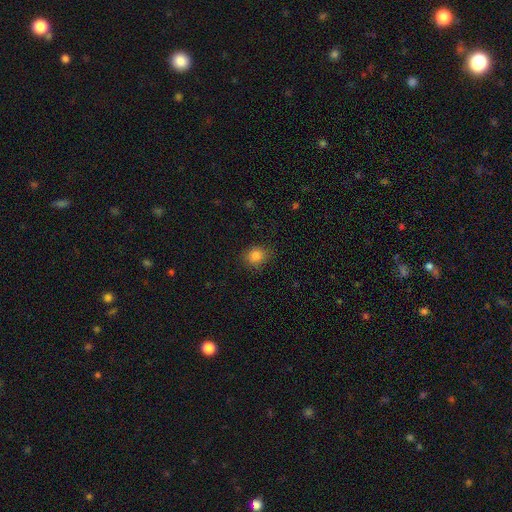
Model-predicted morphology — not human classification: Overall: smooth (84%). How rounded: round (74%). Merging: none (83%).